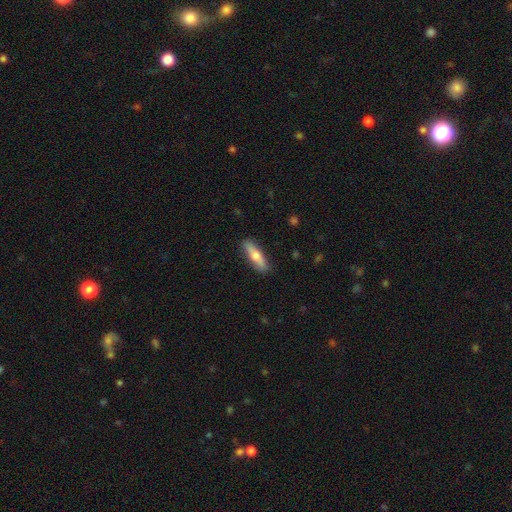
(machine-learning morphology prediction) A smooth galaxy with no disk features (63%) that is cigar-shaped (70%).

Vote fractions:
- Smooth or featured? smooth: 63% / featured or disk: 31% / star or artifact: 6%
- How rounded? cigar-shaped: 70% / in between: 28% / round: 2%
- Merging? none: 87% / minor disturbance: 10% / major disturbance: 2% / merger: 1%